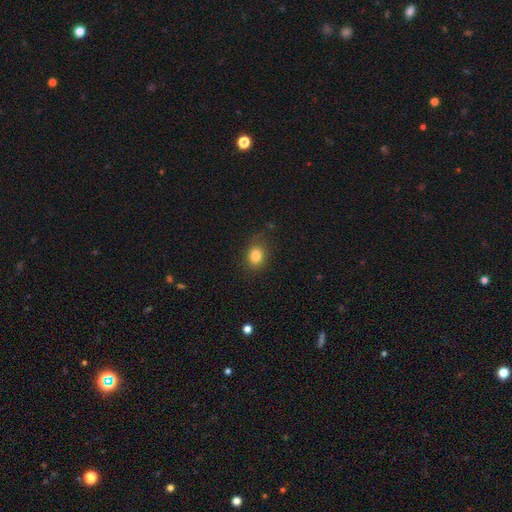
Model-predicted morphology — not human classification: type=smooth (82%); roundness=round (52%); merging=none (78%).